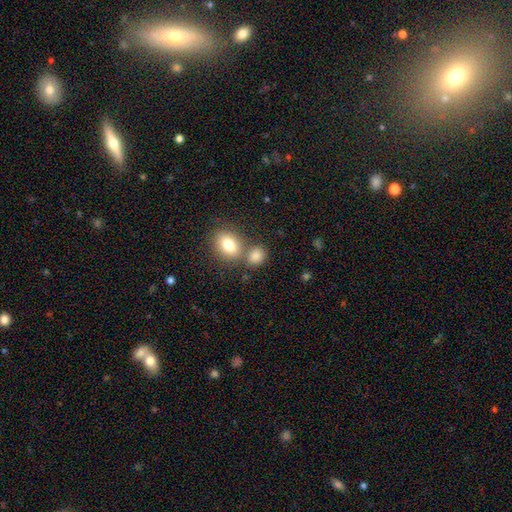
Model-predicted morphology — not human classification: Smooth or featured? smooth (82%)
How rounded? round (53%)
Merging? none (55%)